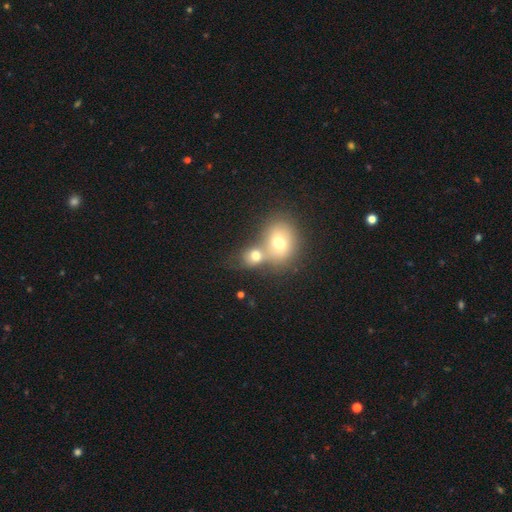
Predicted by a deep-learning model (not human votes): Smooth or featured? Predicted: smooth (p=0.71). How rounded? Predicted: round (p=0.60). Merging? Predicted: merger (p=0.59).